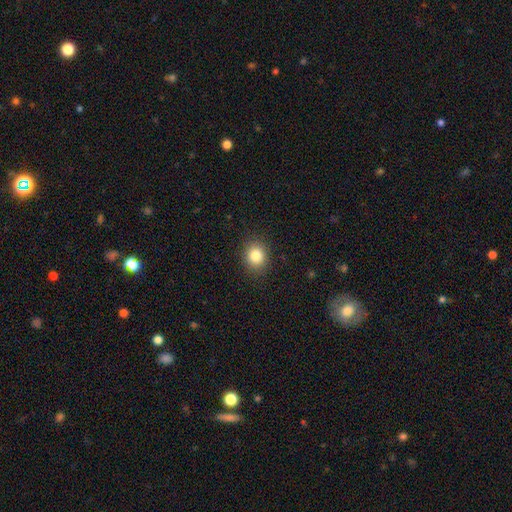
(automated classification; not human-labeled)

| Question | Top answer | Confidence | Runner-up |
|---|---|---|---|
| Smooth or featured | smooth | 83% | star or artifact (10%) |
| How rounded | round | 72% | in between (27%) |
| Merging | none | 89% | minor disturbance (7%) |